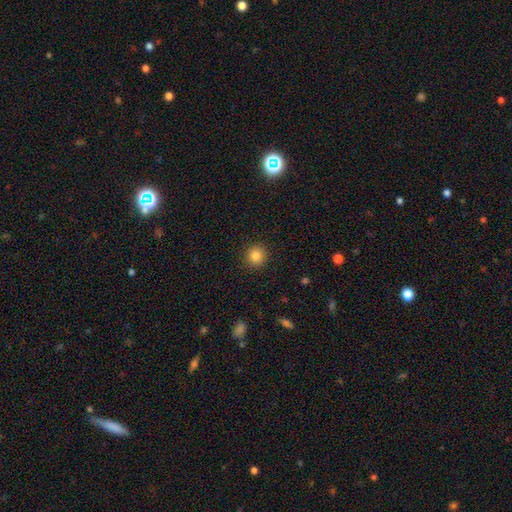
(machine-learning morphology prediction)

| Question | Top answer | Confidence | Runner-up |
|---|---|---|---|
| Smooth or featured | smooth | 83% | star or artifact (11%) |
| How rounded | round | 91% | in between (8%) |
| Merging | none | 92% | minor disturbance (5%) |